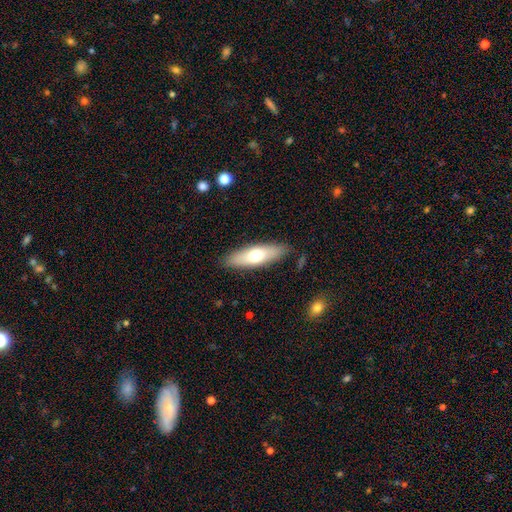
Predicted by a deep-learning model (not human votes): Smooth or featured: smooth — 63% (featured or disk — 31%)
How rounded: cigar-shaped — 51% (in between — 47%)
Merging: none — 86% (minor disturbance — 10%)